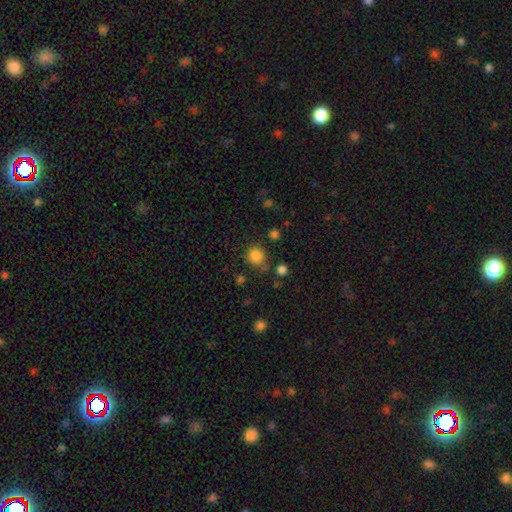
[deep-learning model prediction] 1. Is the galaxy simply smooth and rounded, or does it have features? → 84% smooth, 12% star or artifact, 4% featured or disk.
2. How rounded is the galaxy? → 88% round, 11% in between, 1% cigar-shaped.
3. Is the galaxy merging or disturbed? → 74% none, 14% minor disturbance, 7% merger, 5% major disturbance.